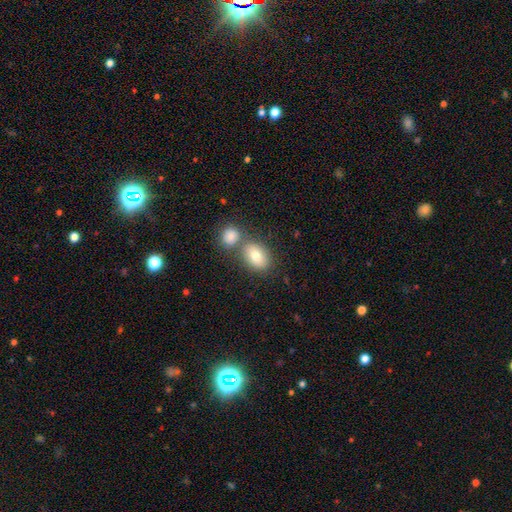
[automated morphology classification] Smooth or featured? Predicted: smooth (p=0.79). How rounded? Predicted: in between (p=0.76). Merging? Predicted: none (p=0.55).